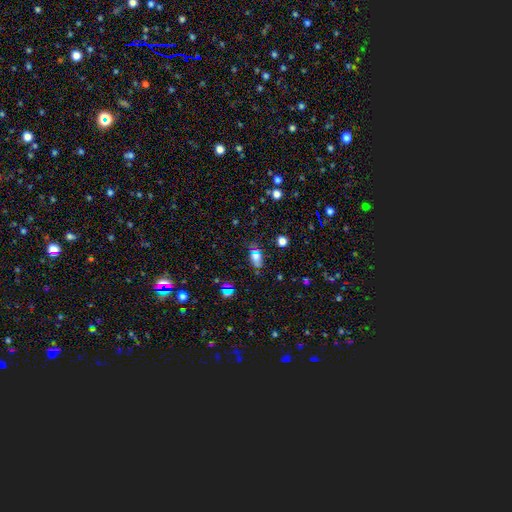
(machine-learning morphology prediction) The model was most divided on "smooth or featured": smooth: 60%, star or artifact: 29%, featured or disk: 12%. More confident: how rounded — in between (77%); merging — none (73%).